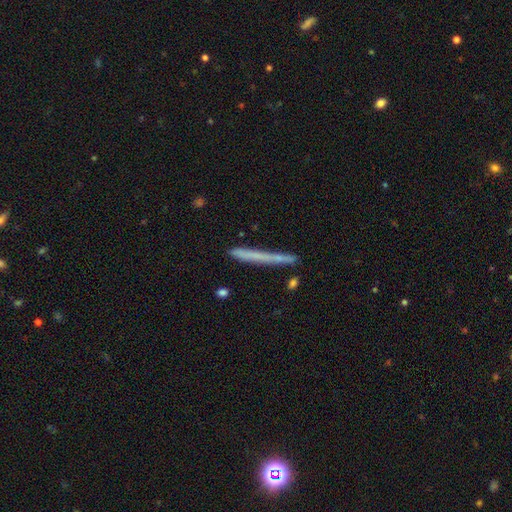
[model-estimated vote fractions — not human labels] Overall: smooth (59%; featured or disk 34%). How rounded: cigar-shaped (97%). Merging: none (80%).